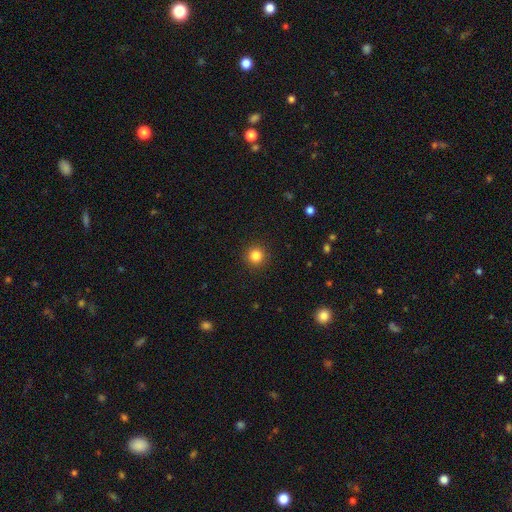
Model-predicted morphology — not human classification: Smooth or featured? smooth (84%)
How rounded? round (95%)
Merging? none (92%)